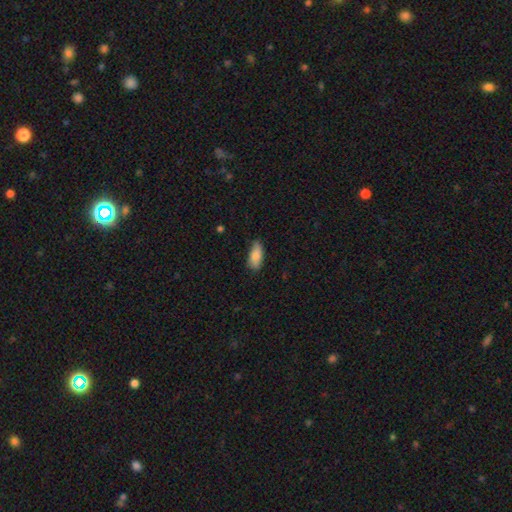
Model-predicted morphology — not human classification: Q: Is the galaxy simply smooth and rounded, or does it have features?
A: smooth — 82%.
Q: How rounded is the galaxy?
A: in between — 82%.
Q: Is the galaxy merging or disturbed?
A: none — 72%.